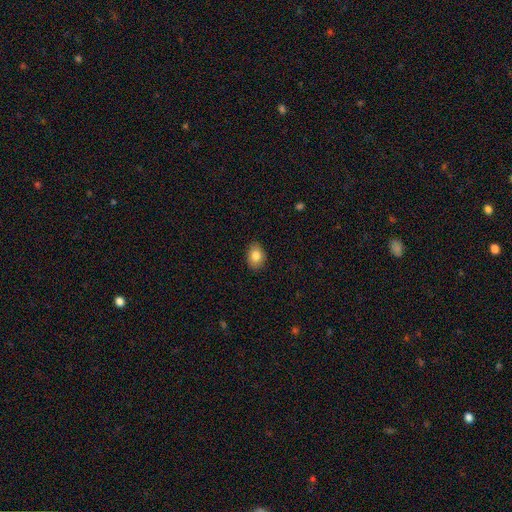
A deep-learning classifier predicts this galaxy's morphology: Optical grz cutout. It shows a smooth galaxy with no disk features (83%) that is in between round and cigar-shaped (70%). Merging: none (86%).